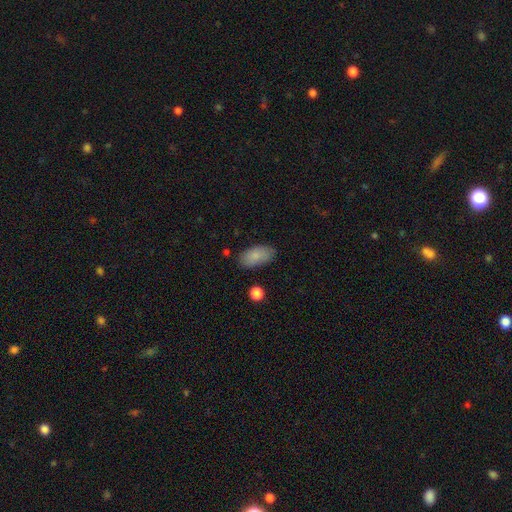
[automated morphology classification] smooth-or-featured: smooth: 85% | featured or disk: 8% | star or artifact: 7%
  how-rounded: in between: 93% | cigar-shaped: 4% | round: 3%
  merging: none: 80% | minor disturbance: 14% | major disturbance: 3% | merger: 2%